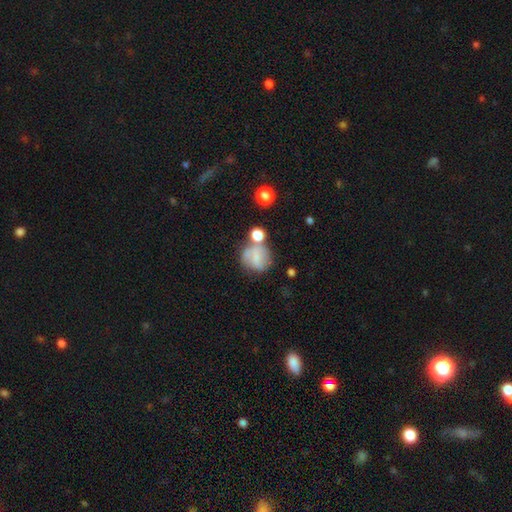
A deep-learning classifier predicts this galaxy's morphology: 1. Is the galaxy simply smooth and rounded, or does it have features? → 64% smooth, 25% featured or disk, 11% star or artifact.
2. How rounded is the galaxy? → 76% round, 23% in between, 1% cigar-shaped.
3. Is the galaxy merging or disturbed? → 44% none, 23% merger, 20% minor disturbance, 13% major disturbance.